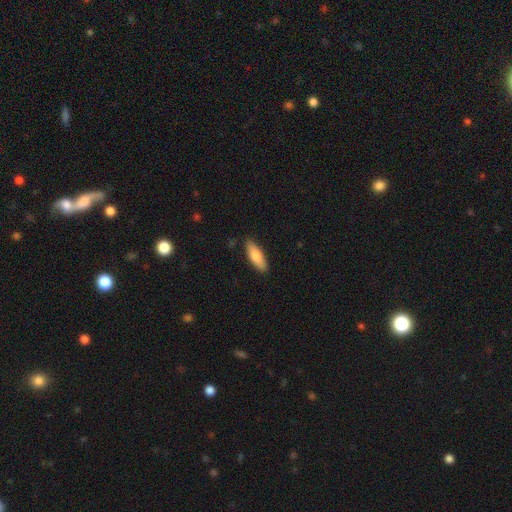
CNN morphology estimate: smooth 80%, featured or disk 14%, star or artifact 6%. Down the decision tree: how rounded — in between (60%); merging — none (87%).